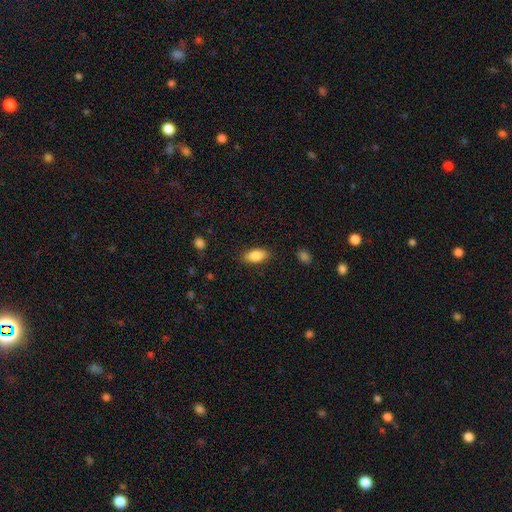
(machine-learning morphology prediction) Overall: smooth (86%). How rounded: in between (89%). Merging: none (86%).